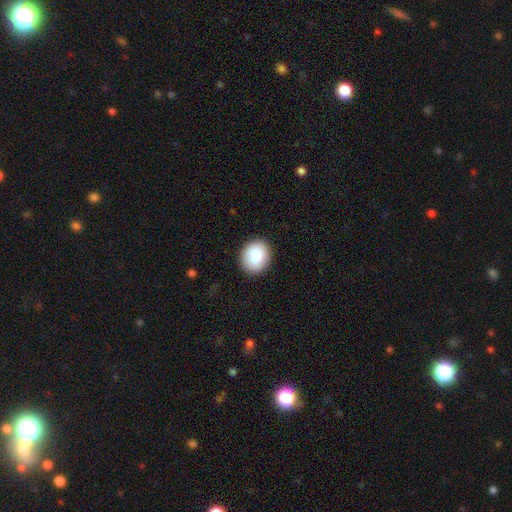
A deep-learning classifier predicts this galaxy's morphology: A smooth galaxy with no disk features (86%) that is round (68%). Merging: none (88%).